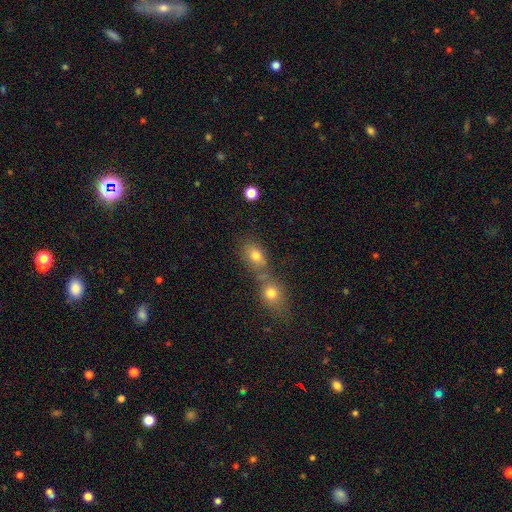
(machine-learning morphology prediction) A smooth galaxy with no disk features (78%) that is in between round and cigar-shaped (67%).

Vote fractions:
- Smooth or featured? smooth: 78% / star or artifact: 12% / featured or disk: 11%
- How rounded? in between: 67% / round: 30% / cigar-shaped: 2%
- Merging? merger: 49% / none: 37% / minor disturbance: 9% / major disturbance: 5%